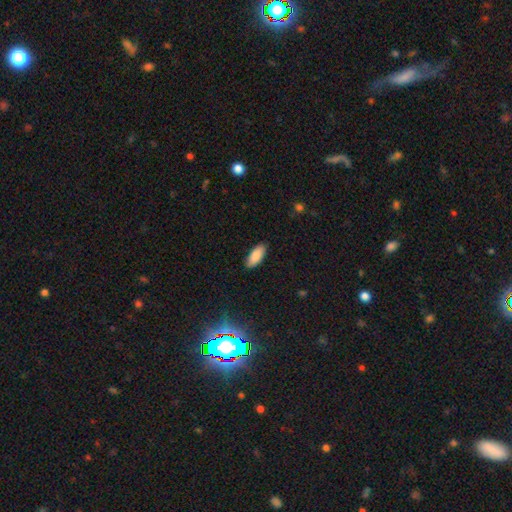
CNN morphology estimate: type=smooth (88%); roundness=in between (84%); merging=none (88%).